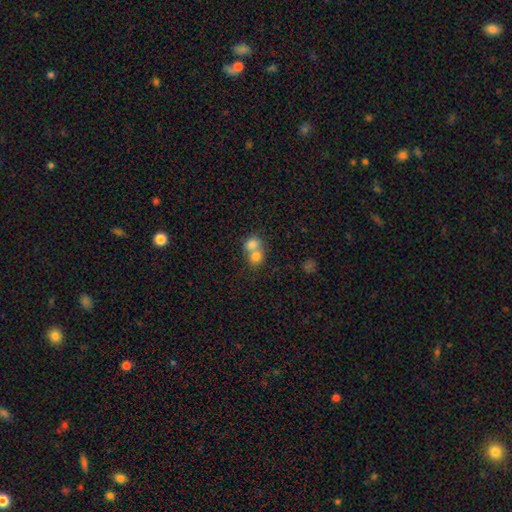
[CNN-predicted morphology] Q: Smooth or featured?
A: smooth (77%); runner-up: featured or disk (13%)
Q: How rounded?
A: round (68%); runner-up: in between (31%)
Q: Merging?
A: merger (68%); runner-up: none (25%)